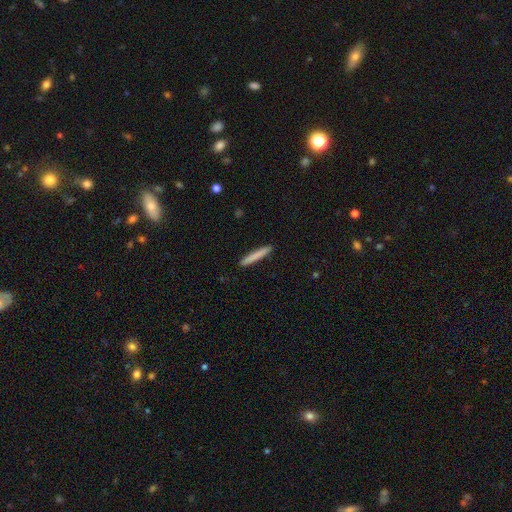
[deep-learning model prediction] This appears to be a smooth galaxy with no disk features (79%) that is cigar-shaped (96%). Merging: none (92%).